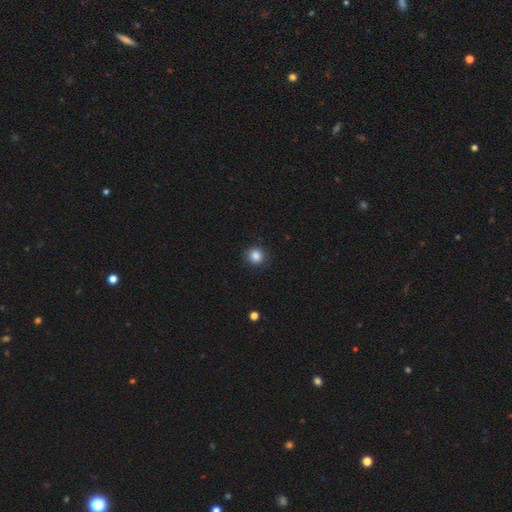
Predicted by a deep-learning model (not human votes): This appears to be a smooth galaxy with no disk features (85%) that is round (89%). Merging: none (88%).